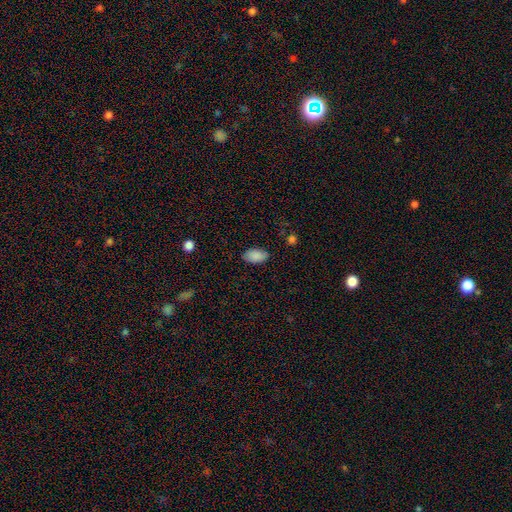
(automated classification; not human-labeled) Morphology: type=smooth (88%); roundness=in between (94%); merging=none (84%).